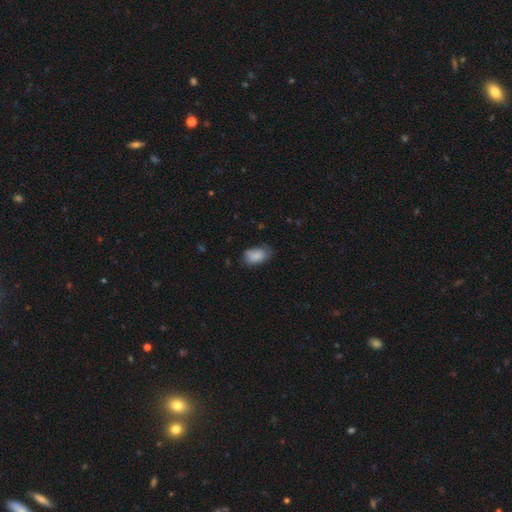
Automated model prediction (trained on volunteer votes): Smooth or featured: smooth — 84% (featured or disk — 8%)
How rounded: in between — 90% (round — 8%)
Merging: none — 58% (minor disturbance — 32%)